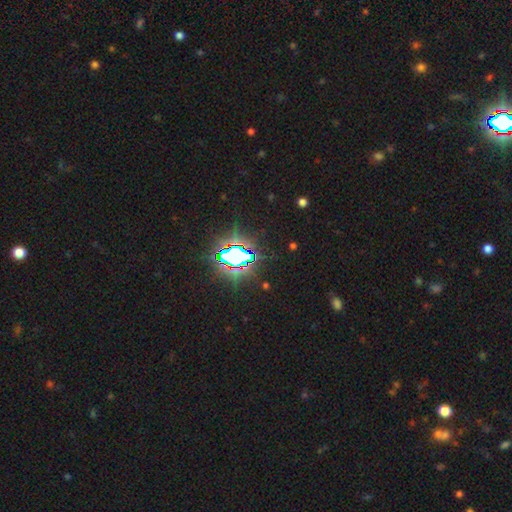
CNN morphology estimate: Q: Smooth or featured?
A: star or artifact (80%); runner-up: smooth (11%)